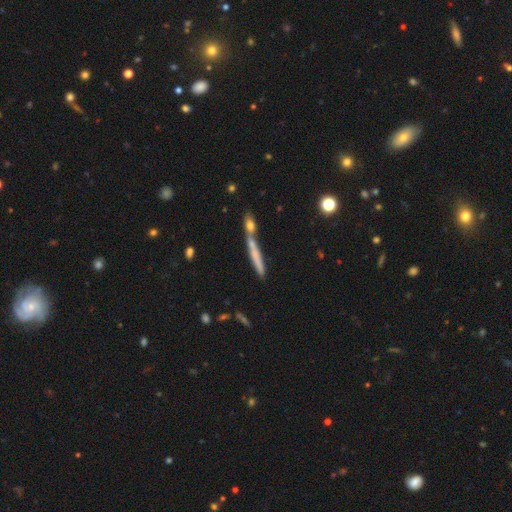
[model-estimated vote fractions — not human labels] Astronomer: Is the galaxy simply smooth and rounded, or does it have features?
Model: smooth — 56% (runner-up: featured or disk, 35%).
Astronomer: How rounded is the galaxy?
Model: cigar-shaped — 93%.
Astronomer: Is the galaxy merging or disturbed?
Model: none — 46% (runner-up: merger, 37%).